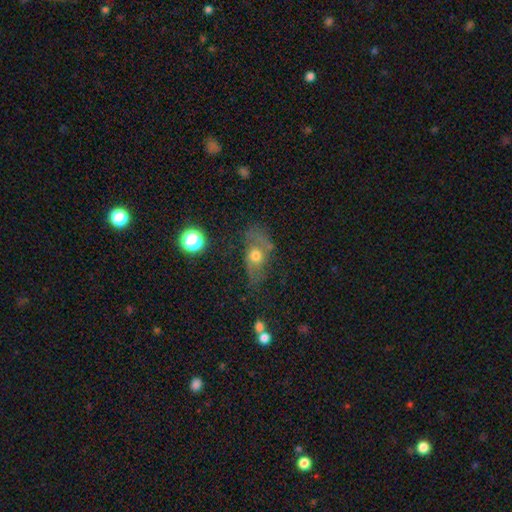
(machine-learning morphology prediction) Overall: smooth (45%; featured or disk 42%). Merging: none (50%; minor disturbance 25%).